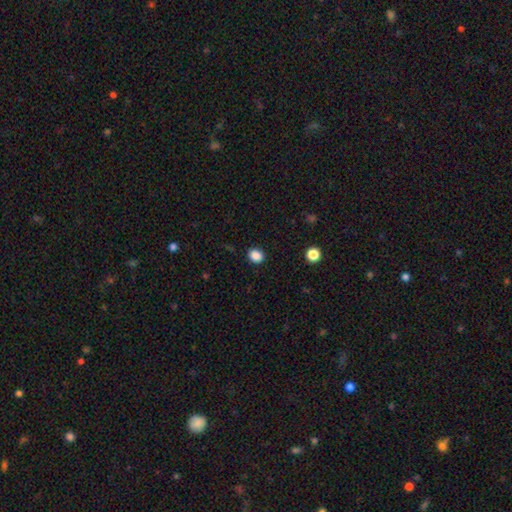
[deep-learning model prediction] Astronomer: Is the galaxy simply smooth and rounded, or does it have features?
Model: smooth — 87%.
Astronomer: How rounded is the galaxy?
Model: round — 60% (runner-up: in between, 39%).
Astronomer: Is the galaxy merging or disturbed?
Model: none — 90%.